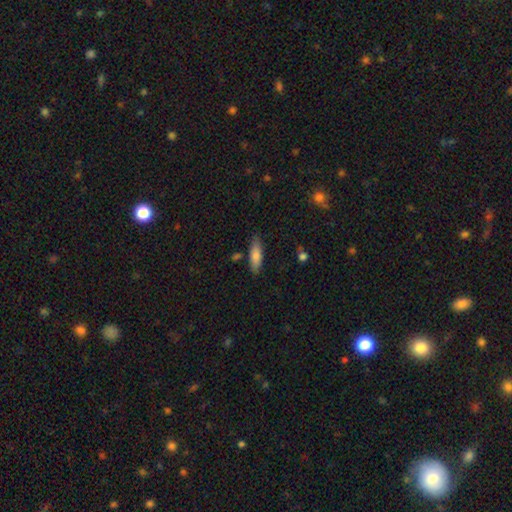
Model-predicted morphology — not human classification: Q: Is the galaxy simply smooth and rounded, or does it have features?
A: smooth — 77%.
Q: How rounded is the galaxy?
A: cigar-shaped — 55%.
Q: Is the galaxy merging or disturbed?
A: none — 82%.